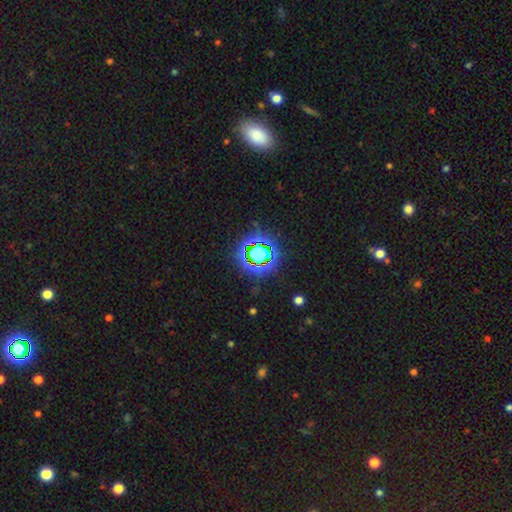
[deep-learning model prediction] This appears to be a star or artifact, not a galaxy (72%).